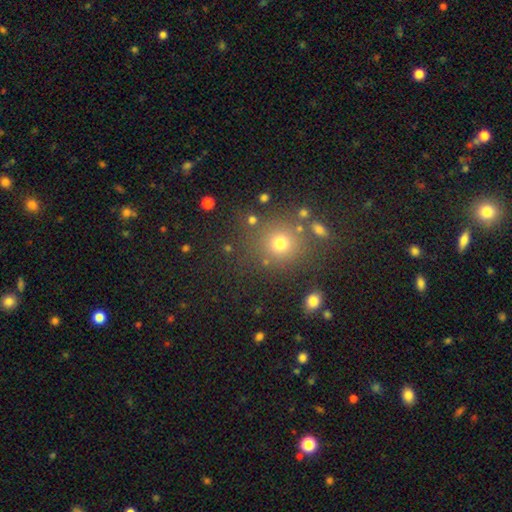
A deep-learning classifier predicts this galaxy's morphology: Smooth or featured? smooth (55%)
How rounded? round (88%)
Merging? none (80%)